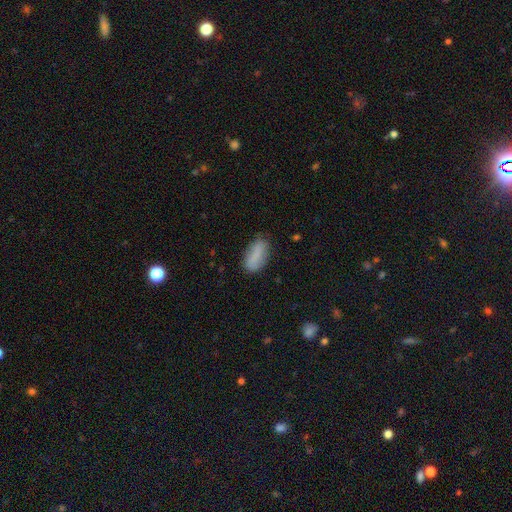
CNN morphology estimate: Smooth or featured?
  - smooth: 81% *
  - featured or disk: 12%
  - star or artifact: 8%
How rounded?
  - in between: 86% *
  - cigar-shaped: 11%
  - round: 3%
Merging?
  - none: 77% *
  - minor disturbance: 17%
  - major disturbance: 4%
  - merger: 2%